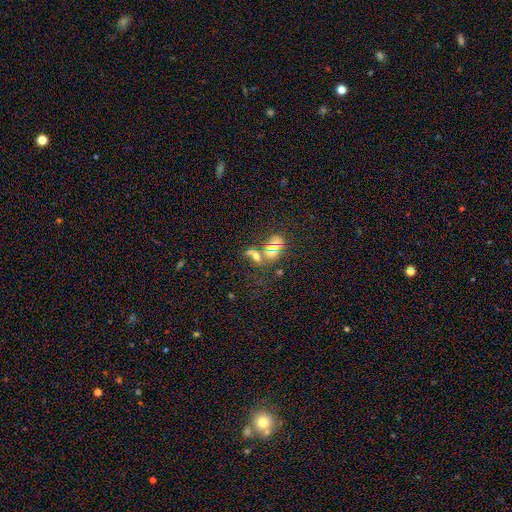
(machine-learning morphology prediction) A smooth galaxy with no disk features (45%).

Vote fractions:
- Smooth or featured? smooth: 45% / star or artifact: 32% / featured or disk: 23%
- Merging? merger: 44% / none: 33% / major disturbance: 12% / minor disturbance: 12%